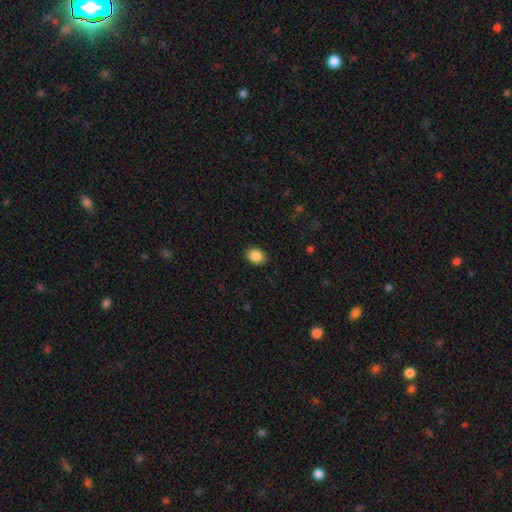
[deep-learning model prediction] This is clearly a smooth galaxy (88%). How rounded: possibly in between (52%). Merging: clearly none (90%).